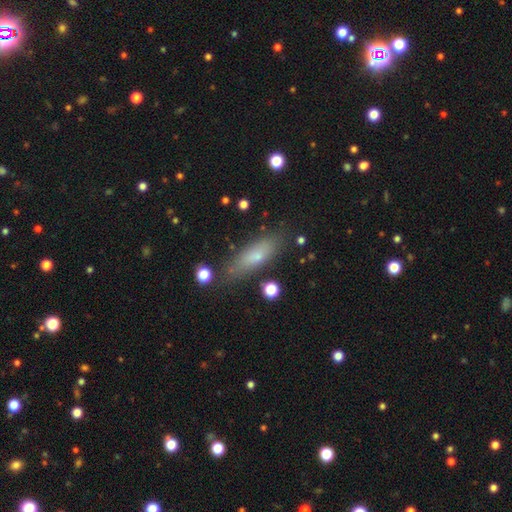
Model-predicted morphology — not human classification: The model was most divided on "how rounded": cigar-shaped: 50%, in between: 47%, round: 3%. More confident: merging — none (76%); smooth or featured — smooth (68%).